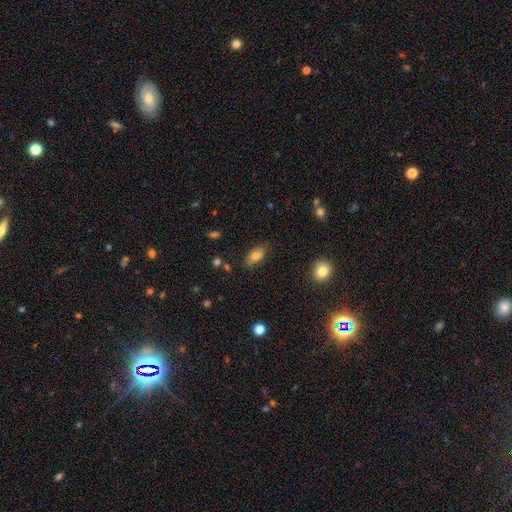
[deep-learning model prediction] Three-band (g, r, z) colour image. It shows a smooth galaxy with no disk features (78%) that is in between round and cigar-shaped (89%). Merging: none (80%).